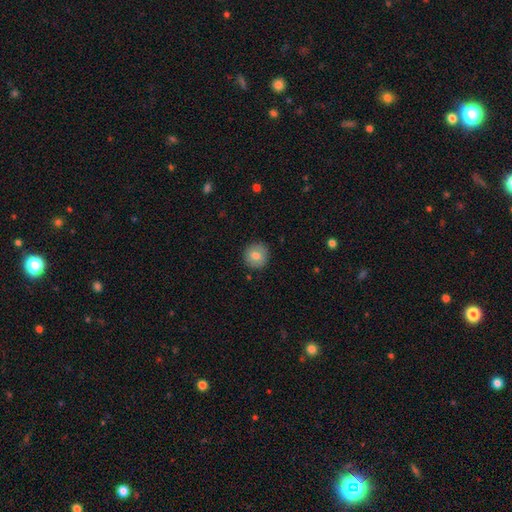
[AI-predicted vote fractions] Q: Smooth or featured?
A: smooth (77%); runner-up: featured or disk (15%)
Q: How rounded?
A: round (93%); runner-up: in between (6%)
Q: Merging?
A: none (89%); runner-up: minor disturbance (8%)